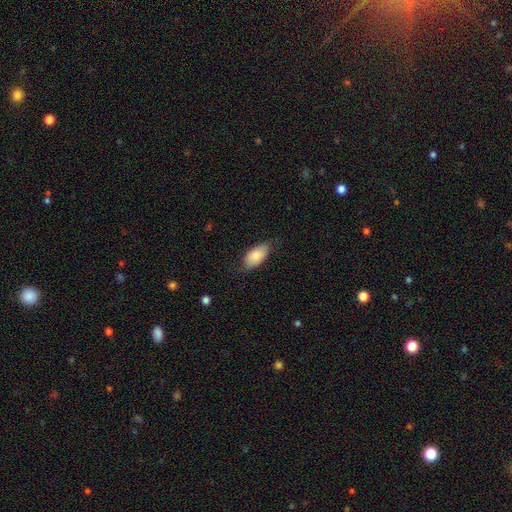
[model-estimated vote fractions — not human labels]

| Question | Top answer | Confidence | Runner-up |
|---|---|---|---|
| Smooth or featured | smooth | 79% | featured or disk (14%) |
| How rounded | in between | 93% | cigar-shaped (4%) |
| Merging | none | 73% | minor disturbance (21%) |